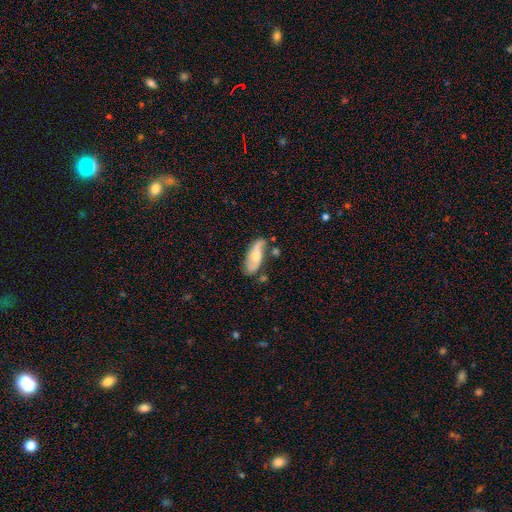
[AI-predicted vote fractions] Smooth or featured? Predicted: featured or disk (p=0.52). Edge-on disk? Predicted: no (p=0.86). Merging? Predicted: none (p=0.63).